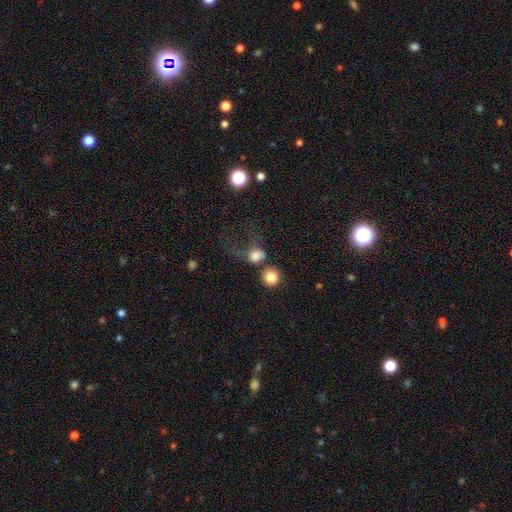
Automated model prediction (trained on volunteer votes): smooth 76%, star or artifact 12%, featured or disk 12%. Down the decision tree: how rounded — round (75%); merging — none (34%).